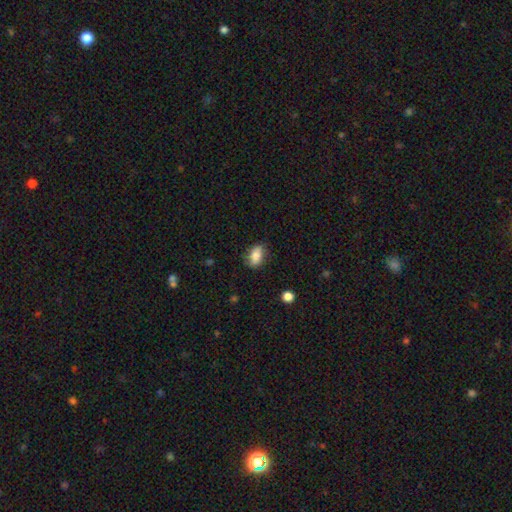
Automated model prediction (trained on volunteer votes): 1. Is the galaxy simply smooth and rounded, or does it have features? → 79% smooth, 13% featured or disk, 8% star or artifact.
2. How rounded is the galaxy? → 86% in between, 11% round, 3% cigar-shaped.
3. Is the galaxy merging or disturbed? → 75% none, 20% minor disturbance, 4% major disturbance, 1% merger.